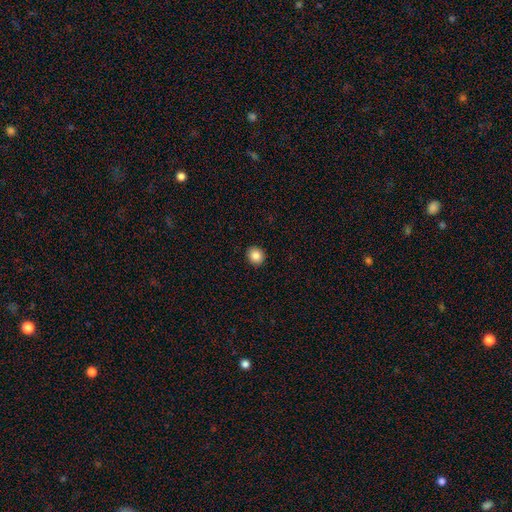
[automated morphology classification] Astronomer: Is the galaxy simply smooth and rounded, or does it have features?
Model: smooth — 86%.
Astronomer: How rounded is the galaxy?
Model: round — 80%.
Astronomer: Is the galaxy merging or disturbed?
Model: none — 92%.